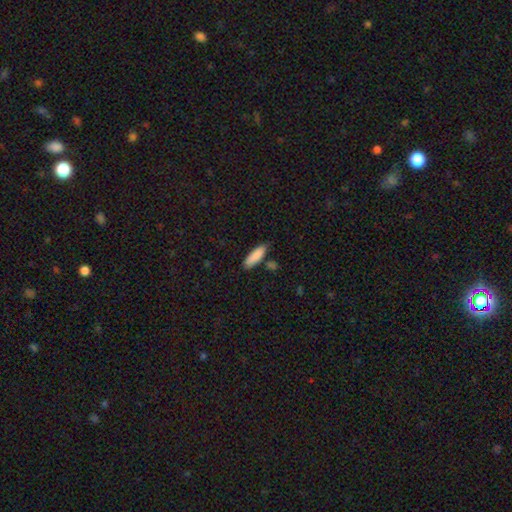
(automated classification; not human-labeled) The model was most divided on "how rounded": in between: 50%, cigar-shaped: 48%, round: 2%. More confident: smooth or featured — smooth (87%); merging — none (74%).